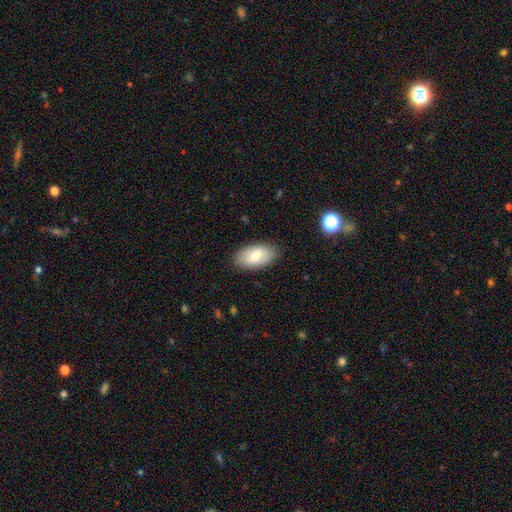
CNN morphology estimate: smooth-or-featured: smooth: 76% | featured or disk: 18% | star or artifact: 6%
  how-rounded: in between: 95% | cigar-shaped: 3% | round: 3%
  merging: none: 86% | minor disturbance: 11% | major disturbance: 2% | merger: 1%